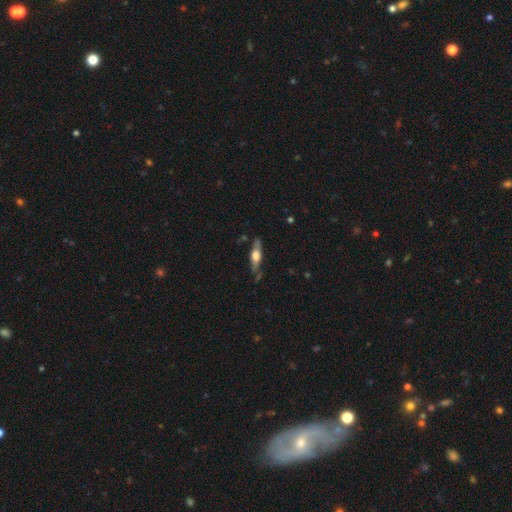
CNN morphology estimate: type=featured or disk (56%); edge-on=yes (86%); merging=none (72%).